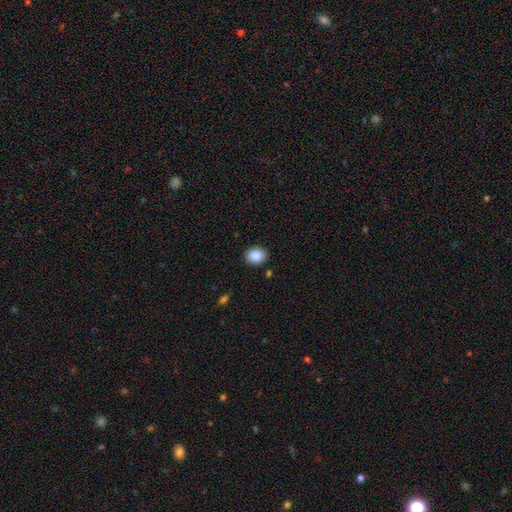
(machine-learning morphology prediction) Smooth or featured: smooth — 87% (star or artifact — 8%)
How rounded: round — 57% (in between — 42%)
Merging: none — 89% (minor disturbance — 7%)